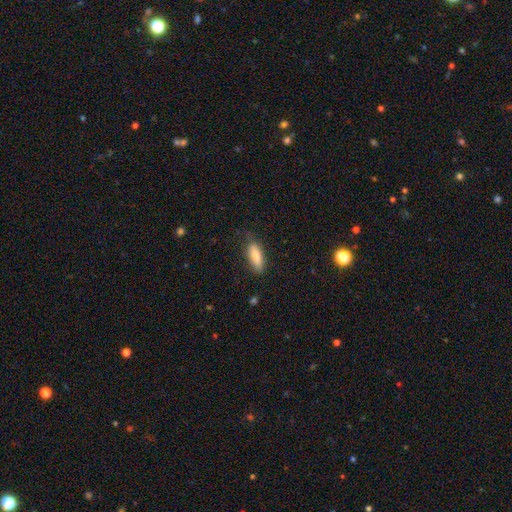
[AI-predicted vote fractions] smooth 81%, featured or disk 13%, star or artifact 6%. Down the decision tree: how rounded — in between (58%); merging — none (75%).